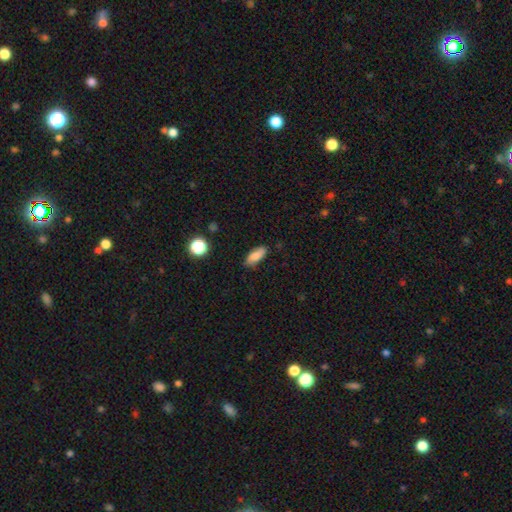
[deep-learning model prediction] This appears to be a smooth galaxy with no disk features (82%) that is in between round and cigar-shaped (73%). Merging: none (81%).